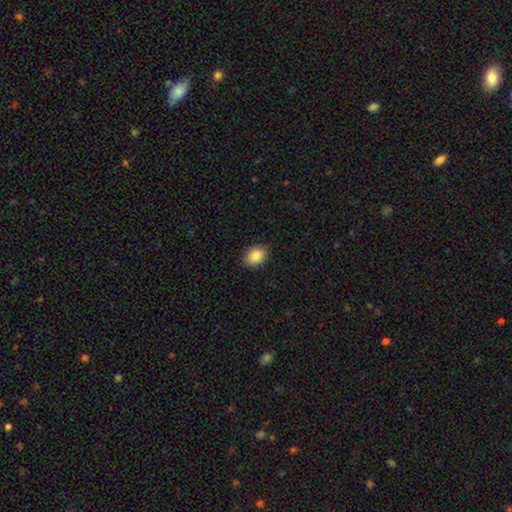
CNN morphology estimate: This appears to be a smooth galaxy with no disk features (87%) that is in between round and cigar-shaped (65%). Merging: none (87%).